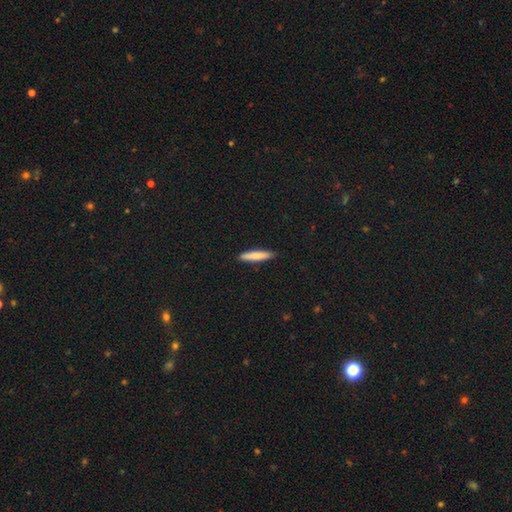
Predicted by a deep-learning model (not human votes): This appears to be a smooth galaxy with no disk features (80%) that is cigar-shaped (88%). Merging: none (90%).